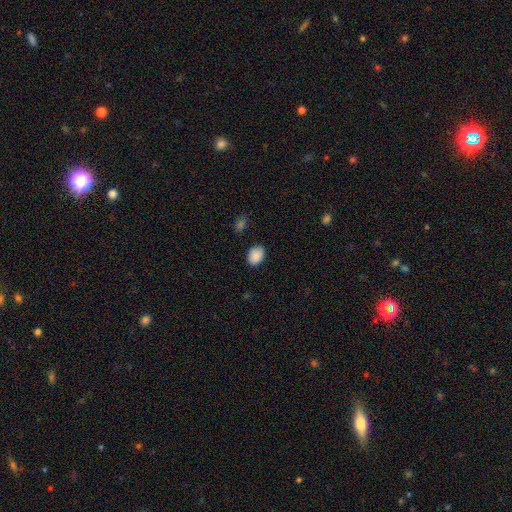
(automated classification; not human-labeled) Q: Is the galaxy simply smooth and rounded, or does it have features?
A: smooth — 88%.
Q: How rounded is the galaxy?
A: in between — 73%.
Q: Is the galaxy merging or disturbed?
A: none — 85%.